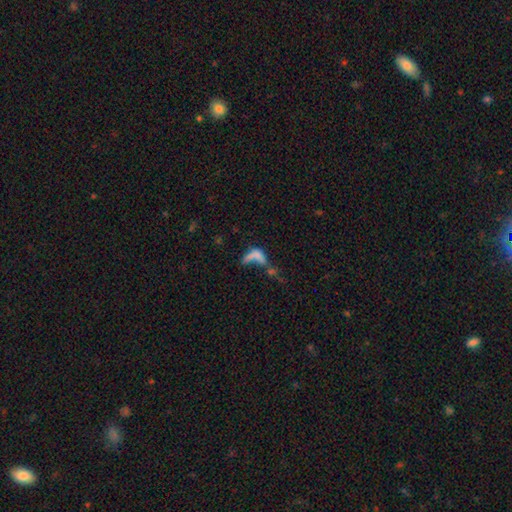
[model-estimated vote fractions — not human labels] smooth 56%, featured or disk 28%, star or artifact 16%. Down the decision tree: how rounded — in between (64%); merging — merger (41%).